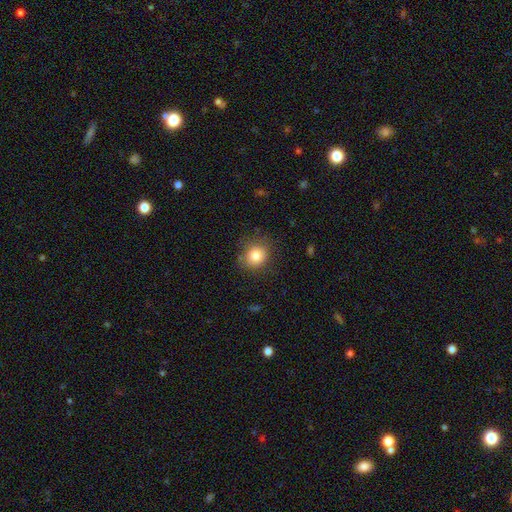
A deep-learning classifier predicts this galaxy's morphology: smooth-or-featured: smooth: 81% | star or artifact: 11% | featured or disk: 8%
  how-rounded: round: 77% | in between: 22% | cigar-shaped: 1%
  merging: none: 79% | minor disturbance: 14% | major disturbance: 5% | merger: 2%